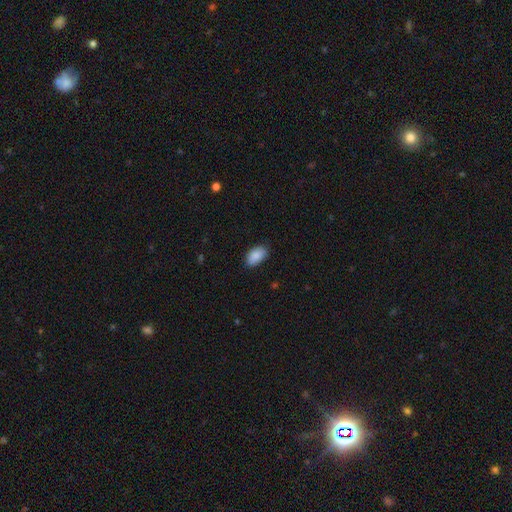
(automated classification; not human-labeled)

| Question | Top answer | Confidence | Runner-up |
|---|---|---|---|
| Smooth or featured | smooth | 89% | star or artifact (7%) |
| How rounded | in between | 93% | round (5%) |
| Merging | none | 81% | minor disturbance (16%) |